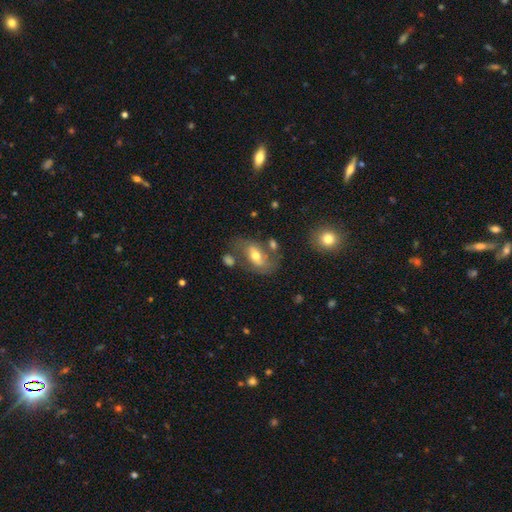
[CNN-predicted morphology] smooth_or_featured: smooth (p=0.49) [alt: featured or disk p=0.42]
merging: none (p=0.52) [alt: minor disturbance p=0.21]